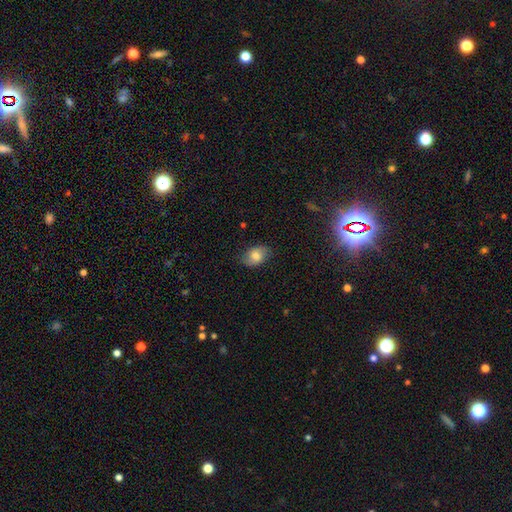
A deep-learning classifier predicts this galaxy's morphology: smooth-or-featured: smooth: 74% | featured or disk: 18% | star or artifact: 8%
  how-rounded: in between: 83% | round: 16% | cigar-shaped: 1%
  merging: none: 79% | minor disturbance: 17% | major disturbance: 4% | merger: 1%